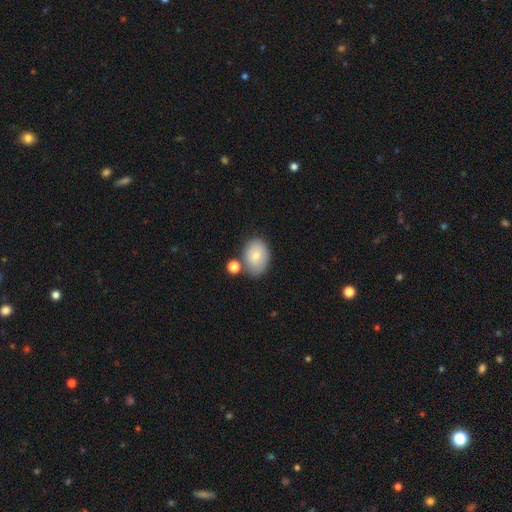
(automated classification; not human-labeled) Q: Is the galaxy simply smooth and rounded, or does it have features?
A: smooth — 77%.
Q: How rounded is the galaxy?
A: in between — 78%.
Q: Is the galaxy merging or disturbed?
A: none — 66%.